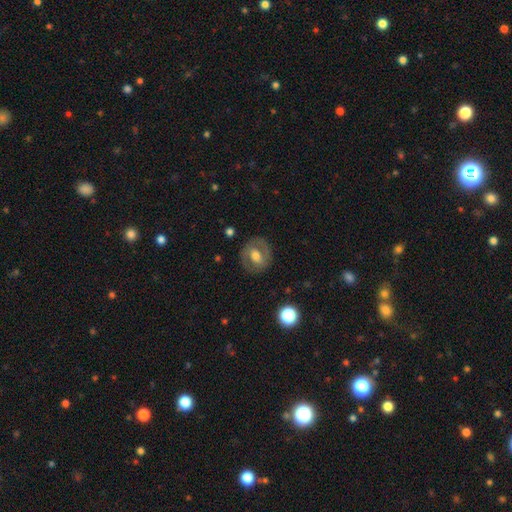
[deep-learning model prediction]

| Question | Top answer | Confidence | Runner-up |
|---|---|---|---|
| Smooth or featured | featured or disk | 53% | smooth (40%) |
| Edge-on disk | no | 95% | yes (5%) |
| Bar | weak | 40% | no (38%) |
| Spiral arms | yes | 52% | no (48%) |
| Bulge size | moderate | 62% | large (21%) |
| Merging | none | 81% | minor disturbance (12%) |